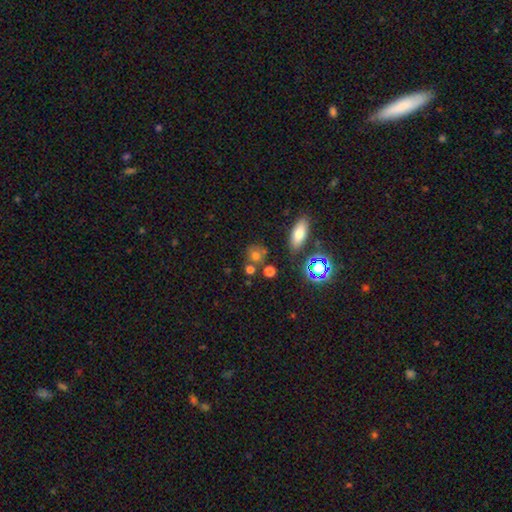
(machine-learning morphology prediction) smooth-or-featured: smooth: 66% | star or artifact: 22% | featured or disk: 12%
  how-rounded: round: 78% | in between: 20% | cigar-shaped: 2%
  merging: none: 66% | merger: 16% | minor disturbance: 14% | major disturbance: 5%